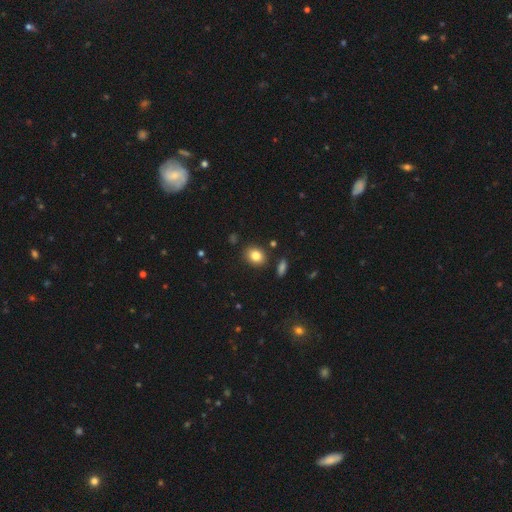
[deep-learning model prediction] Overall: smooth (83%). How rounded: in between (50%; round 49%). Merging: none (85%).